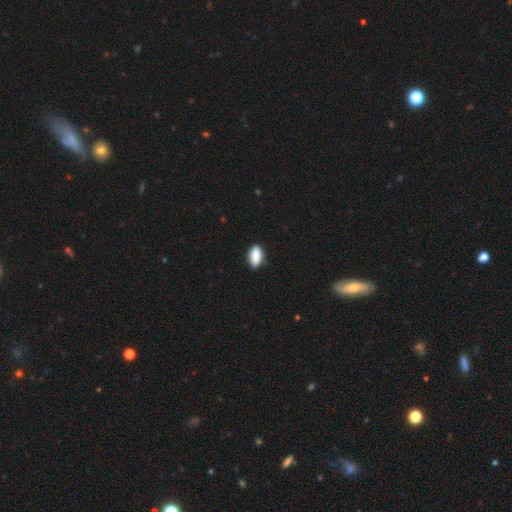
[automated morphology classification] Overall: smooth (88%). How rounded: in between (85%). Merging: none (85%).